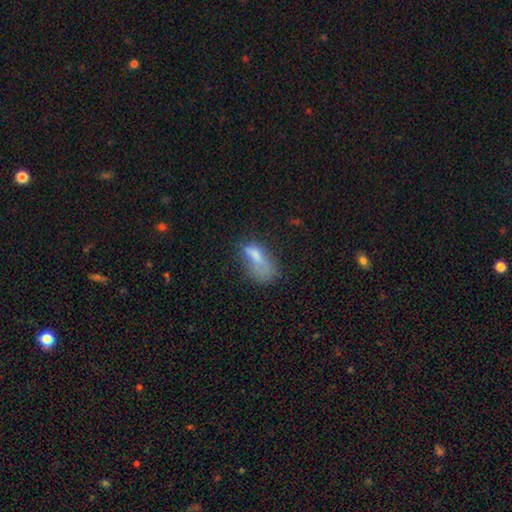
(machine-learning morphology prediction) This is likely a smooth galaxy (65%). How rounded: clearly in between (80%). Merging: marginally major disturbance (38%).